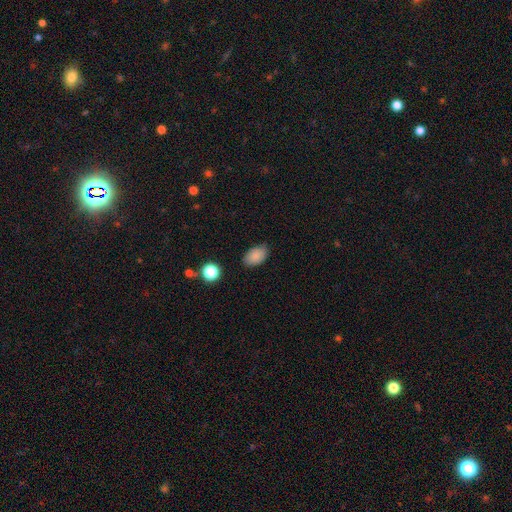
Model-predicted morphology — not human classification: type=smooth (86%); roundness=in between (89%); merging=none (79%).